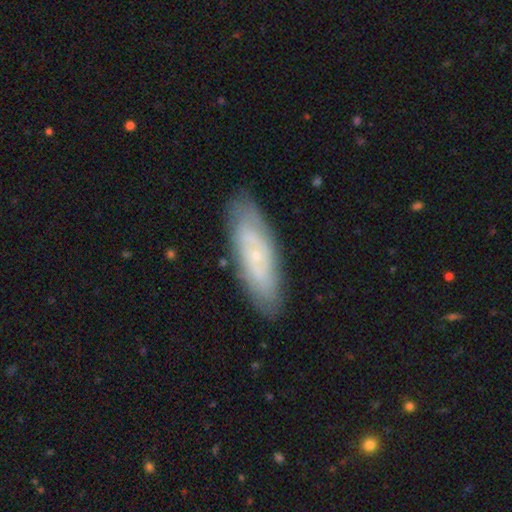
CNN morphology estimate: type=featured or disk (57%); edge-on=no (79%); merging=none (81%).